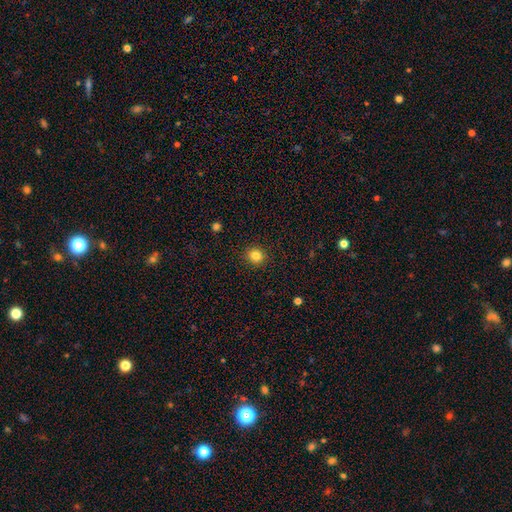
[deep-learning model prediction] smooth 83%, star or artifact 12%, featured or disk 6%. Down the decision tree: how rounded — round (89%); merging — none (92%).